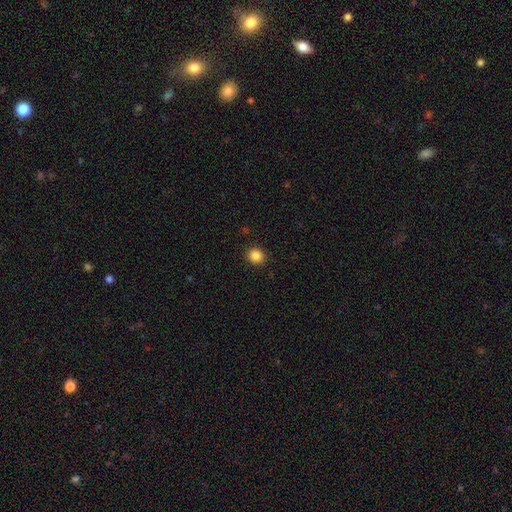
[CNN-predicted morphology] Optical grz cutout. It shows a smooth galaxy with no disk features (86%) that is round (85%). Merging: none (91%).